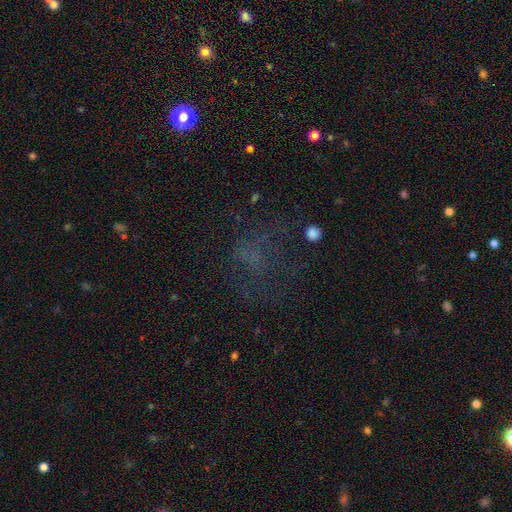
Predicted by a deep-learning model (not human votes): Smooth or featured?
  - star or artifact: 40% *
  - smooth: 33%
  - featured or disk: 27%